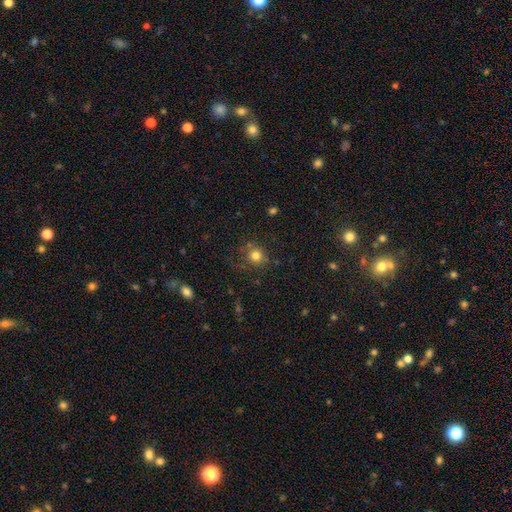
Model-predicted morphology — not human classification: type=smooth (78%); roundness=round (89%); merging=none (75%).